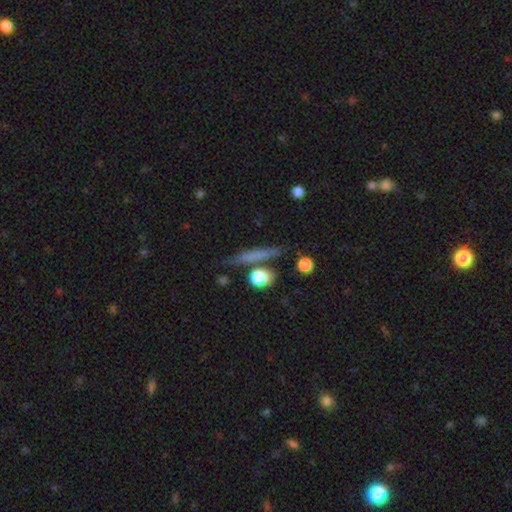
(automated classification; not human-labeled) The model was most divided on "smooth or featured": smooth: 57%, featured or disk: 33%, star or artifact: 10%. More confident: merging — none (79%); how rounded — cigar-shaped (76%).